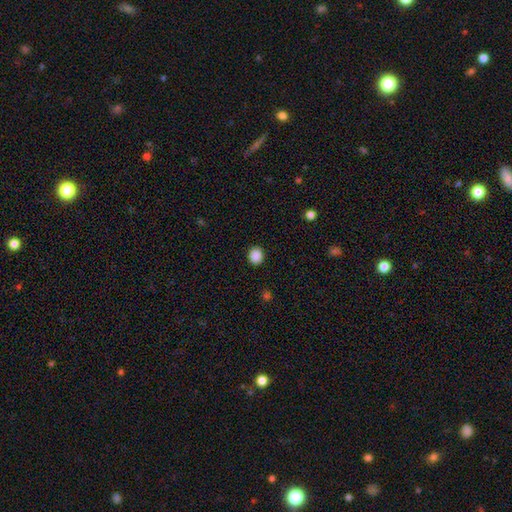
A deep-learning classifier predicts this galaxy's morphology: The model was most divided on "how rounded": round: 73%, in between: 26%, cigar-shaped: 1%. More confident: merging — none (91%); smooth or featured — smooth (89%).